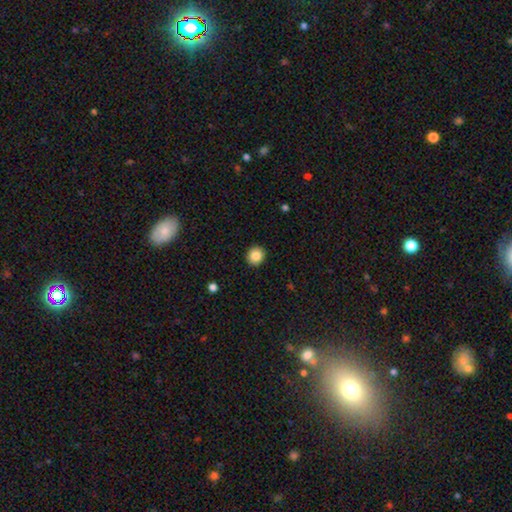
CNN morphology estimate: This appears to be a smooth galaxy with no disk features (85%) that is round (81%). Merging: none (92%).